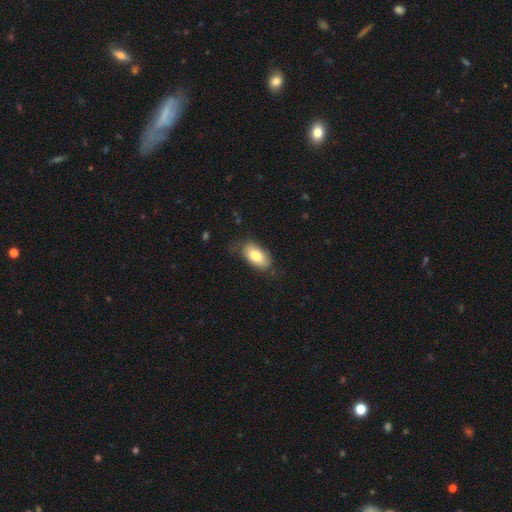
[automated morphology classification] Q: Smooth or featured?
A: smooth (77%); runner-up: featured or disk (16%)
Q: How rounded?
A: in between (92%); runner-up: round (5%)
Q: Merging?
A: none (68%); runner-up: minor disturbance (24%)